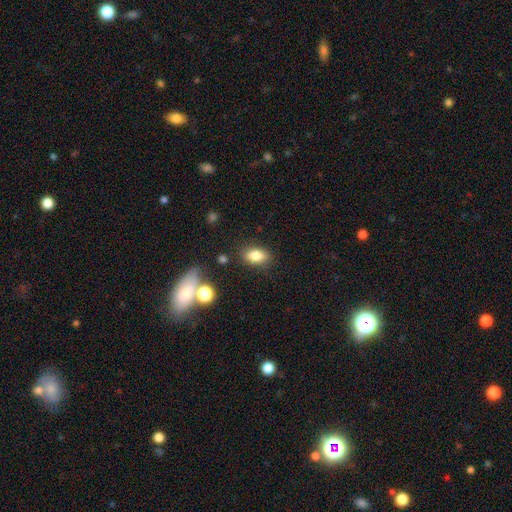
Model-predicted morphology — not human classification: The model was most divided on "smooth or featured": smooth: 81%, star or artifact: 10%, featured or disk: 9%. More confident: how rounded — in between (86%); merging — none (83%).